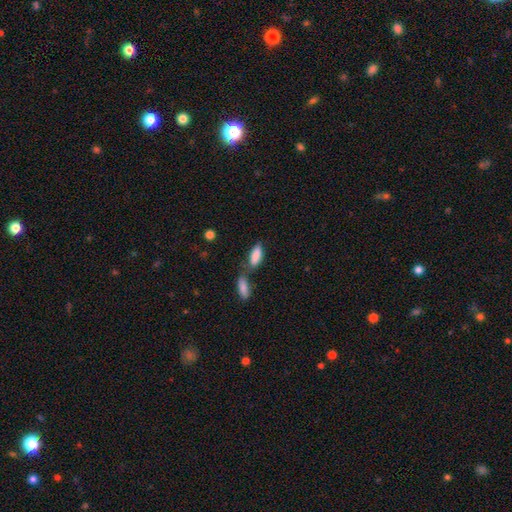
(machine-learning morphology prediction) The model was most divided on "merging": none: 46%, merger: 35%, minor disturbance: 14%, major disturbance: 5%. More confident: smooth or featured — smooth (86%); how rounded — in between (70%).